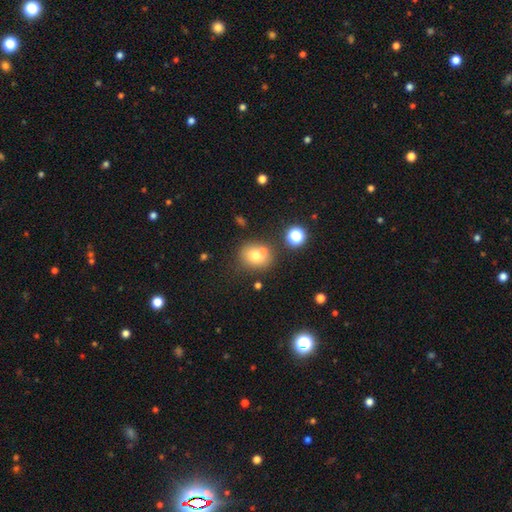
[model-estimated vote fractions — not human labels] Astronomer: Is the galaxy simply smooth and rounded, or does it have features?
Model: smooth — 71%.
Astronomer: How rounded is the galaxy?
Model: round — 70%.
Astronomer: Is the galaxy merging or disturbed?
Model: none — 60%.